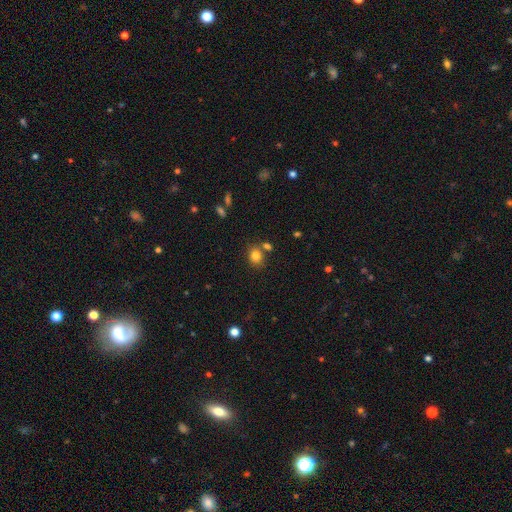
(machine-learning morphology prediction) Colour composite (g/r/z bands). It shows a smooth galaxy with no disk features (81%) that is round (56%). Merging: none (69%).